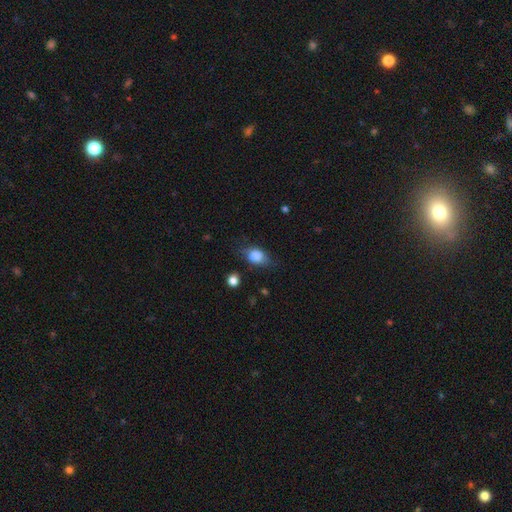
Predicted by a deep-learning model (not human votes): smooth-or-featured: smooth: 81% | featured or disk: 11% | star or artifact: 8%
  how-rounded: in between: 75% | round: 23% | cigar-shaped: 2%
  merging: none: 65% | minor disturbance: 25% | major disturbance: 8% | merger: 2%